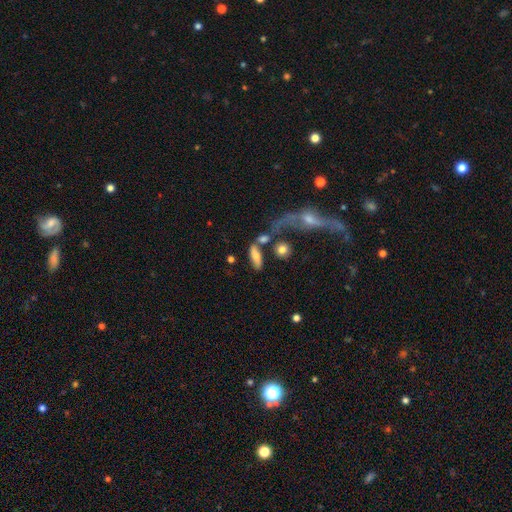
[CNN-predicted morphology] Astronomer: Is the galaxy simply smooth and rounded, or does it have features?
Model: smooth — 65%.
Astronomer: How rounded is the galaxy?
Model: in between — 59% (runner-up: cigar-shaped, 35%).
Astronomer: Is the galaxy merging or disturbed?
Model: none — 51%.